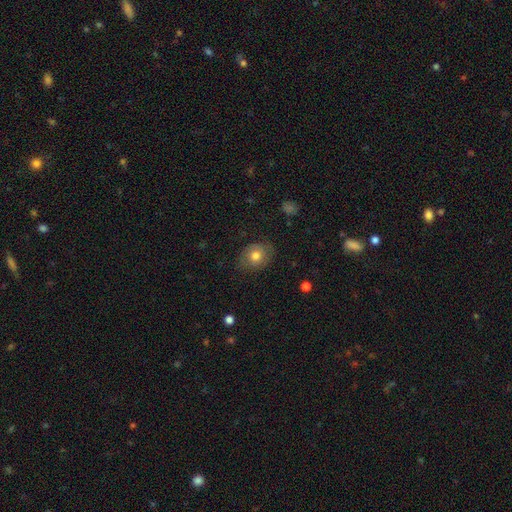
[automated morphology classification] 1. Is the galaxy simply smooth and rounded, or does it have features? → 70% smooth, 21% featured or disk, 9% star or artifact.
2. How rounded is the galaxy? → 59% round, 40% in between, 1% cigar-shaped.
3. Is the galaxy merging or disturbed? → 72% none, 20% minor disturbance, 7% major disturbance, 1% merger.